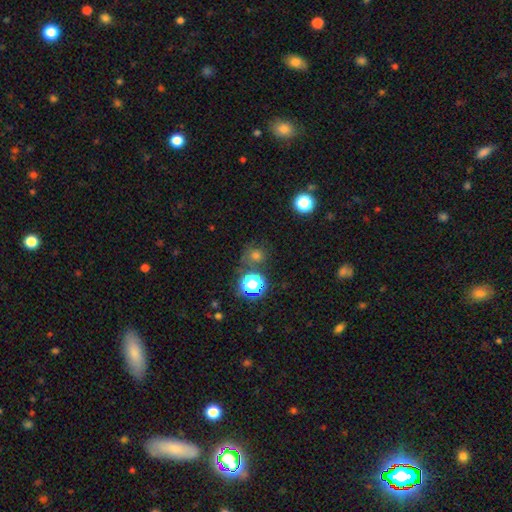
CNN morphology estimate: A smooth galaxy with no disk features (66%) that is round (88%). Merging: none (72%).